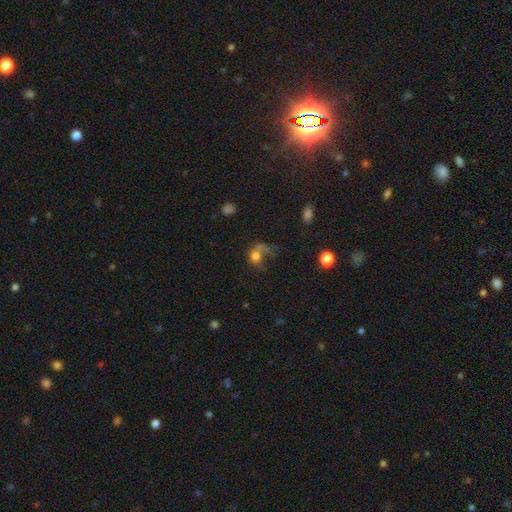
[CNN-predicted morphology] Smooth or featured?
  - smooth: 61% *
  - featured or disk: 24%
  - star or artifact: 15%
How rounded?
  - round: 56% *
  - in between: 42%
  - cigar-shaped: 2%
Merging?
  - major disturbance: 45% *
  - none: 23%
  - merger: 18%
  - minor disturbance: 14%